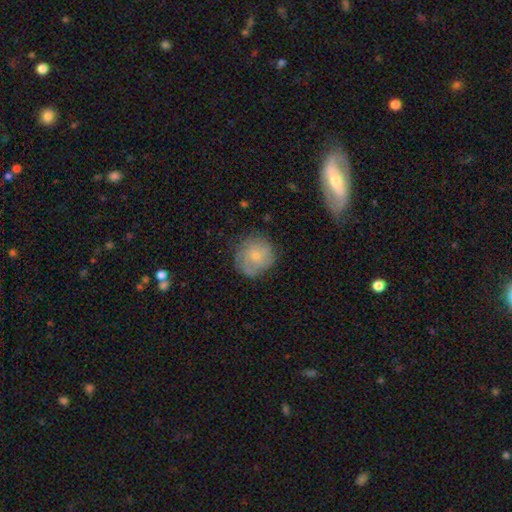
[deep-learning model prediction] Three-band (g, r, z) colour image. It shows a smooth galaxy with no disk features (53%) that is round (90%). Merging: none (73%).